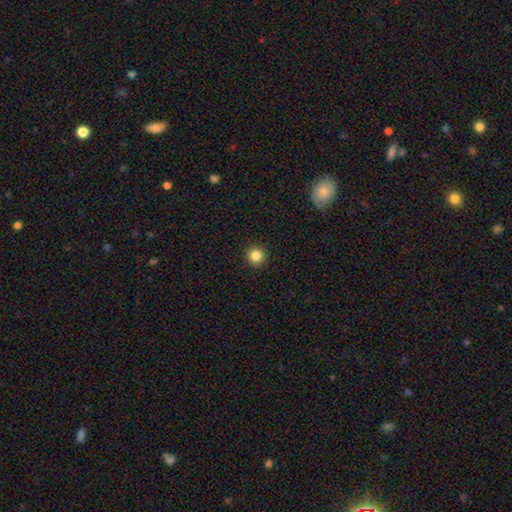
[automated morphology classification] Smooth or featured?
  - smooth: 85% *
  - star or artifact: 11%
  - featured or disk: 4%
How rounded?
  - round: 95% *
  - in between: 4%
  - cigar-shaped: 1%
Merging?
  - none: 93% *
  - minor disturbance: 5%
  - major disturbance: 2%
  - merger: 1%